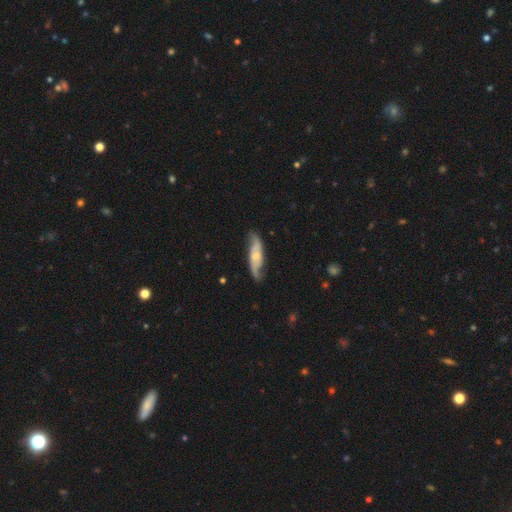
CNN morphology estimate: A featured or disk galaxy (67%) with no bar (58%), spiral arms (92%) and a small central bulge (40%).

Vote fractions:
- Smooth or featured? featured or disk: 67% / smooth: 27% / star or artifact: 6%
- Edge-on disk? no: 76% / yes: 24%
- Bar? no: 58% / weak: 33% / strong: 9%
- Spiral arms? yes: 92% / no: 8%
- Bulge size? small: 40% / moderate: 38% / none: 14% / large: 7% / dominant: 2%
- Merging? none: 73% / minor disturbance: 20% / major disturbance: 6% / merger: 2%